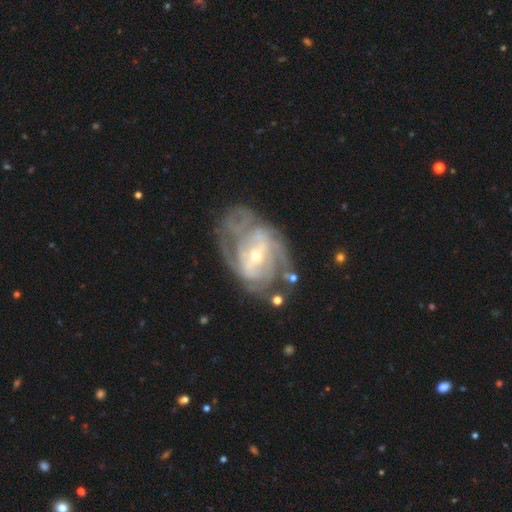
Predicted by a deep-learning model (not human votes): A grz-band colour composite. It shows a featured or disk galaxy (86%) with a weak bar (45%), tight (48%) spiral arms (89%) and a small central bulge (60%). Merging: none (55%).